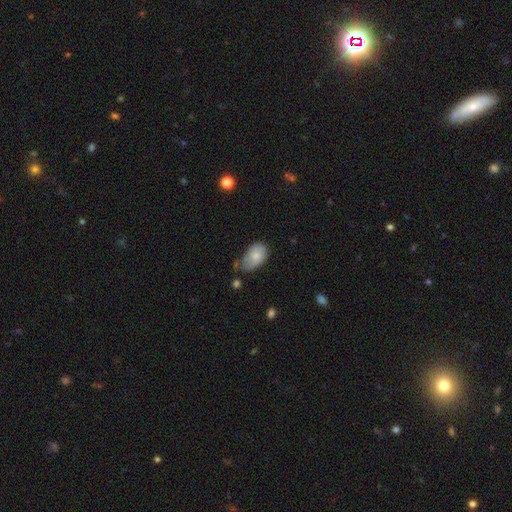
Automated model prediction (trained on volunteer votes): smooth-or-featured: smooth: 75% | featured or disk: 18% | star or artifact: 7%
  how-rounded: in between: 92% | round: 7% | cigar-shaped: 1%
  merging: minor disturbance: 42% | none: 41% | major disturbance: 11% | merger: 6%